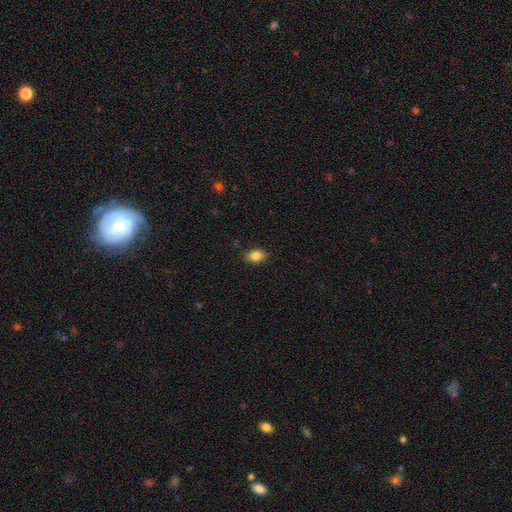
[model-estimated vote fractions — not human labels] smooth 85%, star or artifact 9%, featured or disk 6%. Down the decision tree: how rounded — in between (75%); merging — none (87%).